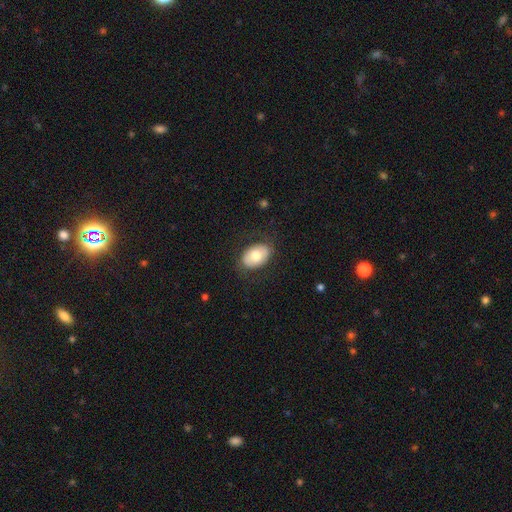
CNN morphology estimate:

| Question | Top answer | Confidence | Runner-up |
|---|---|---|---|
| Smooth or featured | smooth | 71% | featured or disk (22%) |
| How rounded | in between | 86% | round (13%) |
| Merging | none | 80% | minor disturbance (13%) |